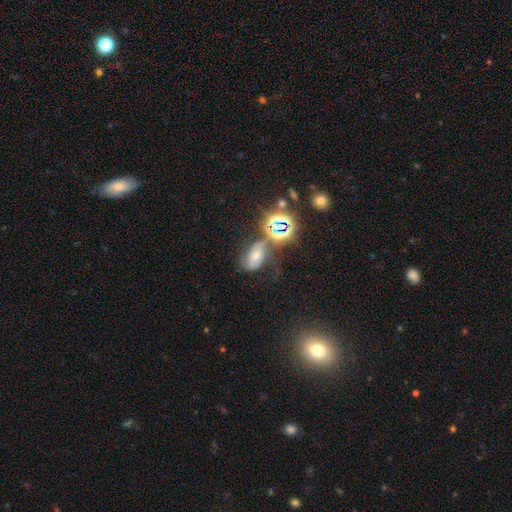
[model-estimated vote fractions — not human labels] Q: Smooth or featured?
A: smooth (41%); runner-up: star or artifact (33%)
Q: Merging?
A: none (53%); runner-up: minor disturbance (22%)